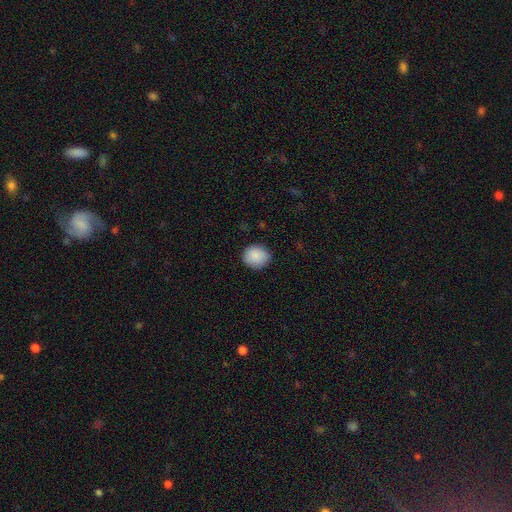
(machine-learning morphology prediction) Smooth or featured?
  - smooth: 89% *
  - star or artifact: 7%
  - featured or disk: 4%
How rounded?
  - round: 79% *
  - in between: 20%
  - cigar-shaped: 1%
Merging?
  - none: 85% *
  - minor disturbance: 12%
  - major disturbance: 2%
  - merger: 1%